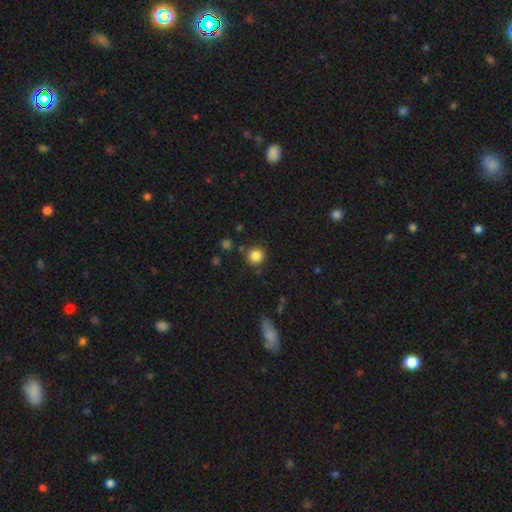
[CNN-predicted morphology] Smooth or featured? smooth (84%)
How rounded? round (93%)
Merging? none (86%)